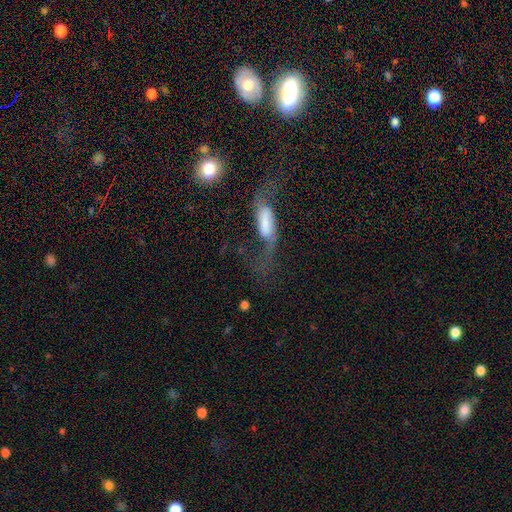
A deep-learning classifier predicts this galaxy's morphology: featured or disk 67%, smooth 19%, star or artifact 14%. Down the decision tree: edge-on disk — no (75%); bar — weak (41%); spiral arms — yes (87%); bulge size — moderate (31%); merging — none (56%).